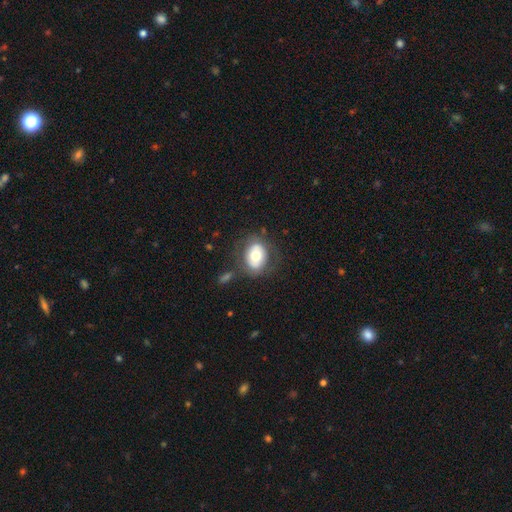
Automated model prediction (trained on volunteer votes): This is possibly a smooth galaxy (60%). How rounded: likely in between (65%). Merging: likely none (72%).